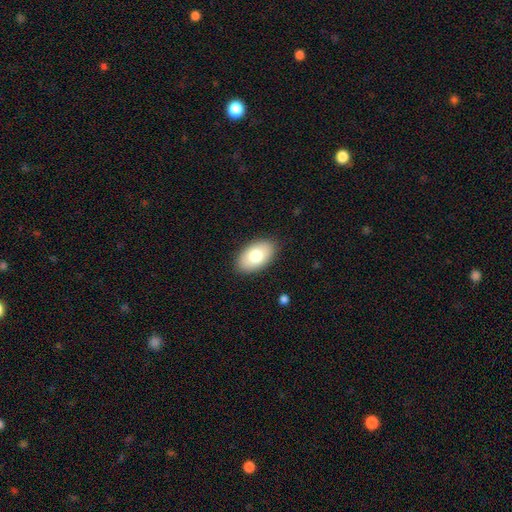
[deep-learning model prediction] Smooth or featured: smooth — 78% (featured or disk — 16%)
How rounded: in between — 94% (round — 5%)
Merging: none — 87% (minor disturbance — 10%)